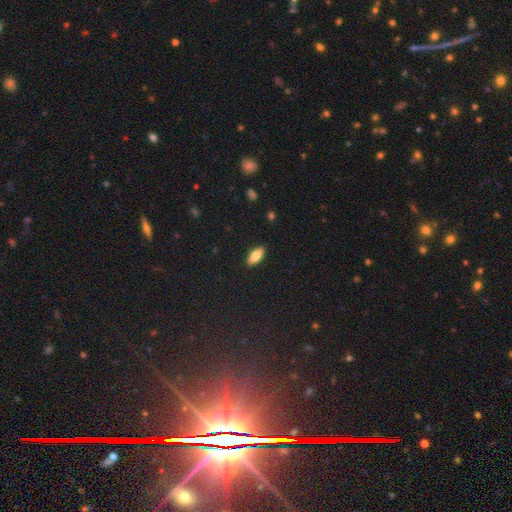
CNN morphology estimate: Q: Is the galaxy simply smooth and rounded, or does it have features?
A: smooth — 78%.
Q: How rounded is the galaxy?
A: in between — 83%.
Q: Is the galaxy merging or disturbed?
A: none — 89%.